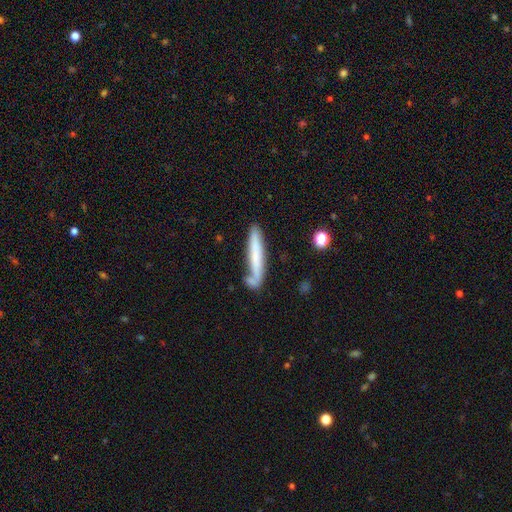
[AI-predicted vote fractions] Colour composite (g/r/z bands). It shows a smooth galaxy with no disk features (62%) that is cigar-shaped (93%). Merging: none (62%).